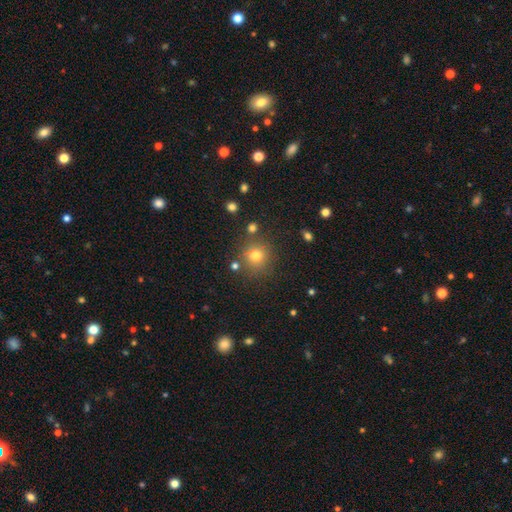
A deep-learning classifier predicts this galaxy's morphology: Smooth or featured?
  - smooth: 74% *
  - star or artifact: 17%
  - featured or disk: 9%
How rounded?
  - round: 91% *
  - in between: 8%
  - cigar-shaped: 1%
Merging?
  - none: 81% *
  - minor disturbance: 10%
  - merger: 6%
  - major disturbance: 4%